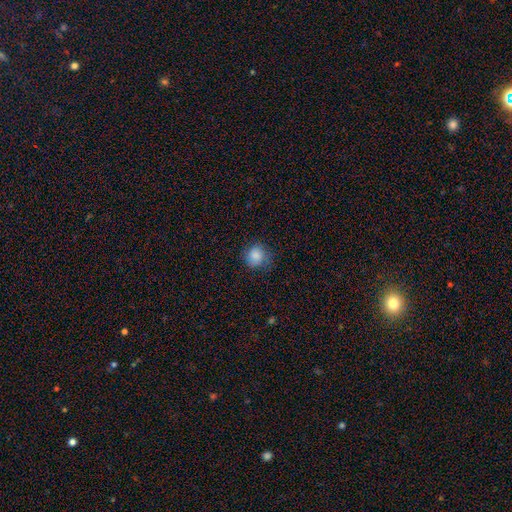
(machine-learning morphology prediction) Q: Smooth or featured?
A: smooth (84%); runner-up: star or artifact (9%)
Q: How rounded?
A: round (86%); runner-up: in between (13%)
Q: Merging?
A: none (75%); runner-up: minor disturbance (18%)